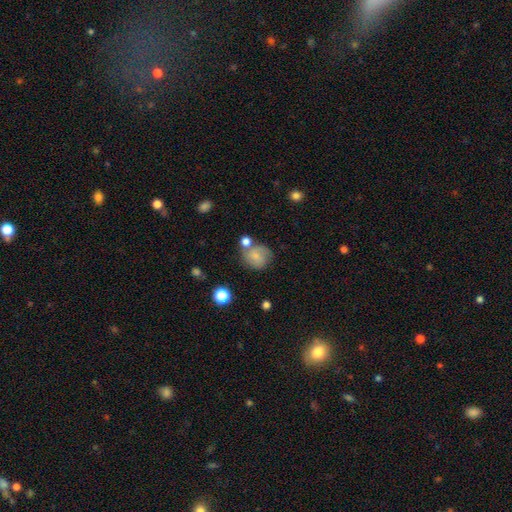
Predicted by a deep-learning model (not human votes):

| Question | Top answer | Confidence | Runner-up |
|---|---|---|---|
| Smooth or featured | smooth | 70% | featured or disk (21%) |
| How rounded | round | 81% | in between (18%) |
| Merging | none | 54% | merger (19%) |